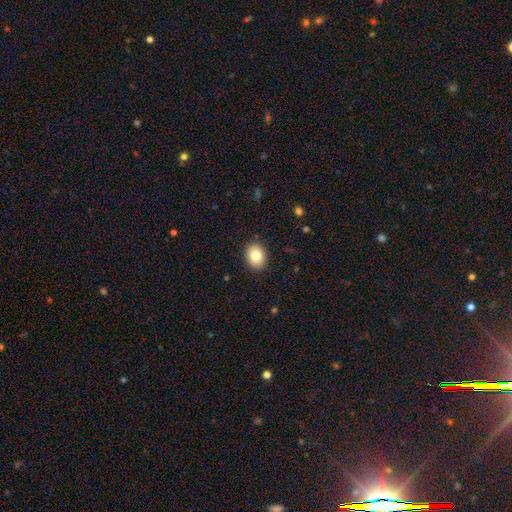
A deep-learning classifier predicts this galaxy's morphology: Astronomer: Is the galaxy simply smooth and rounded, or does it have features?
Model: smooth — 82%.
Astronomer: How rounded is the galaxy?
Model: in between — 55% (runner-up: round, 44%).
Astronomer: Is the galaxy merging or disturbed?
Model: none — 90%.